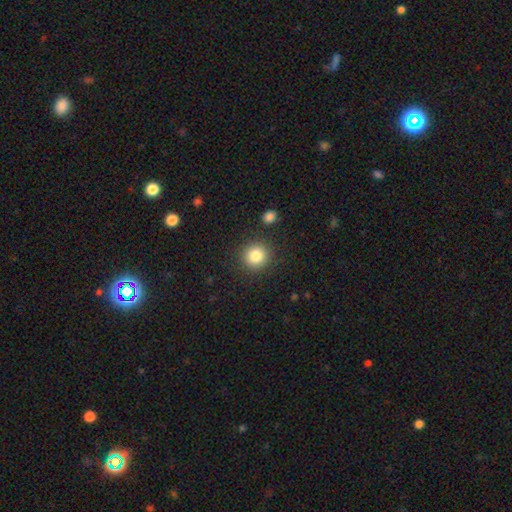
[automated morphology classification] A smooth galaxy with no disk features (83%) that is round (92%). Merging: none (88%).